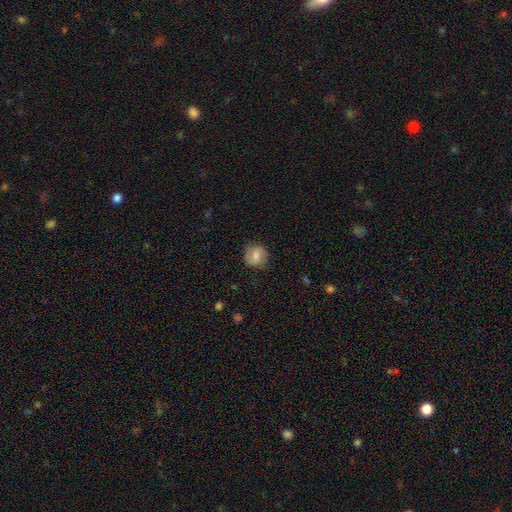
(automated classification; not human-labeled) A featured or disk galaxy (53%) with a weak bar (48%), spiral arms (83%) and a moderate central bulge (68%).

Vote fractions:
- Smooth or featured? featured or disk: 53% / smooth: 40% / star or artifact: 7%
- Edge-on disk? no: 97% / yes: 3%
- Bar? weak: 48% / no: 35% / strong: 17%
- Spiral arms? yes: 83% / no: 17%
- Bulge size? moderate: 68% / small: 24% / large: 5% / none: 2% / dominant: 1%
- Merging? none: 82% / minor disturbance: 14% / major disturbance: 4% / merger: 1%